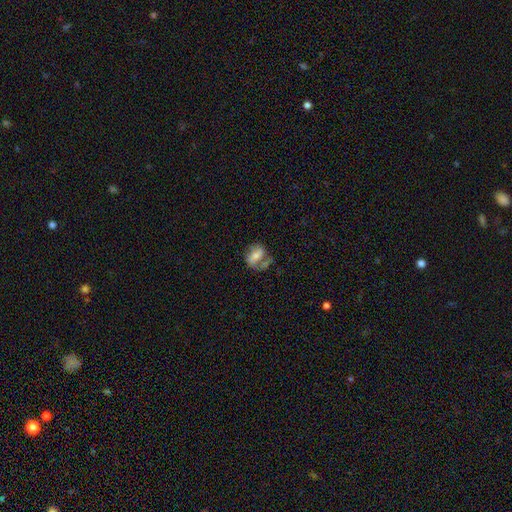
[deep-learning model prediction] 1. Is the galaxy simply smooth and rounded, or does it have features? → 51% smooth, 40% featured or disk, 9% star or artifact.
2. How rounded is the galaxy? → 69% in between, 28% round, 3% cigar-shaped.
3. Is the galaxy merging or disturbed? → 42% none, 22% minor disturbance, 20% merger, 16% major disturbance.